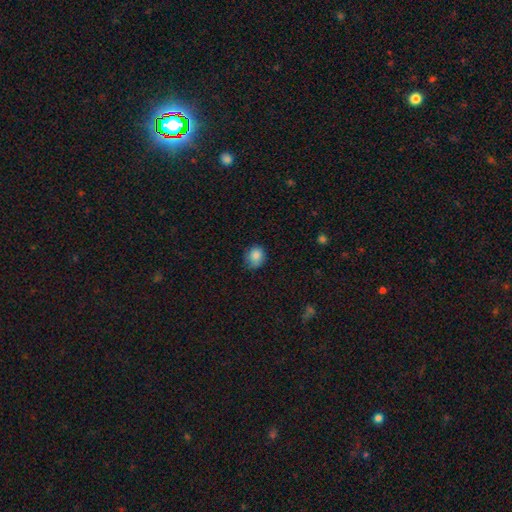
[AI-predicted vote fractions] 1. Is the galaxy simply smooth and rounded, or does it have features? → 85% smooth, 9% star or artifact, 6% featured or disk.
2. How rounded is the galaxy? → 69% round, 30% in between, 1% cigar-shaped.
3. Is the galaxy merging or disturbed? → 68% none, 26% minor disturbance, 5% major disturbance, 1% merger.